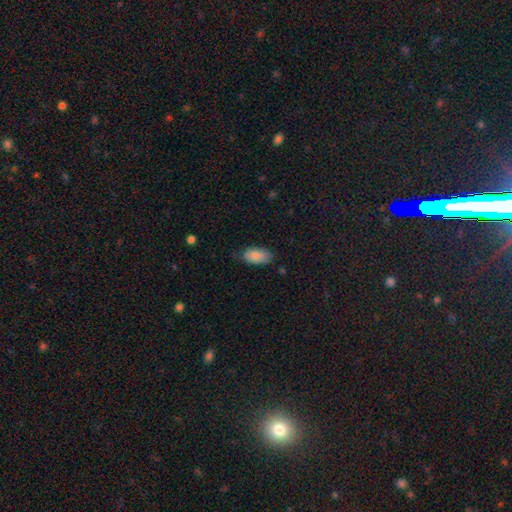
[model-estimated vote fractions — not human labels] Smooth or featured: smooth — 86% (featured or disk — 7%)
How rounded: in between — 94% (cigar-shaped — 3%)
Merging: none — 72% (minor disturbance — 23%)